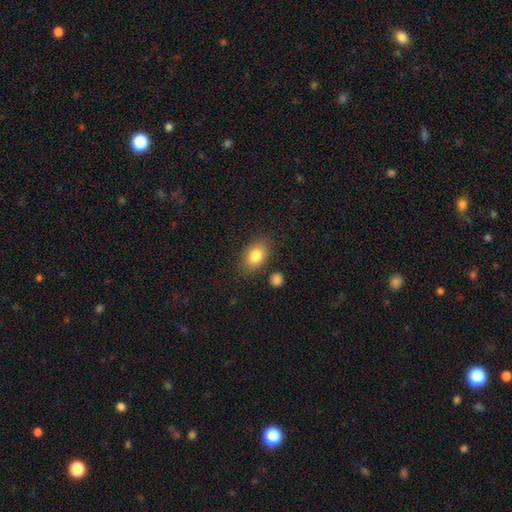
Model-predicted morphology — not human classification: Smooth or featured: smooth — 82% (featured or disk — 9%)
How rounded: in between — 84% (round — 14%)
Merging: none — 81% (minor disturbance — 12%)